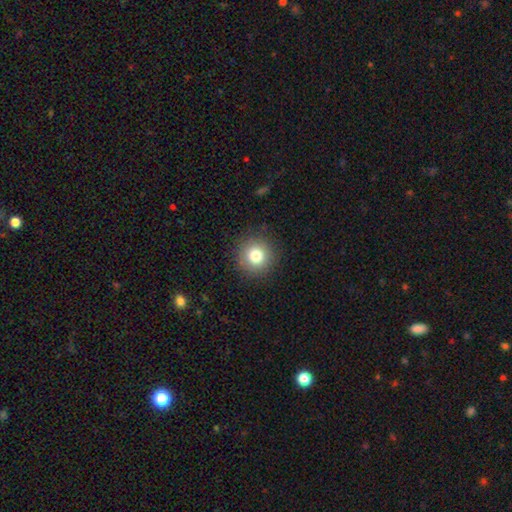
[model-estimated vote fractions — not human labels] This is likely a smooth galaxy (79%). How rounded: clearly round (94%). Merging: clearly none (89%).